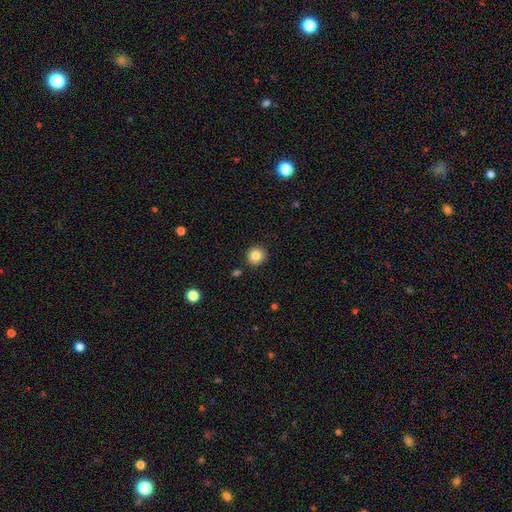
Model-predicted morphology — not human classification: smooth 84%, star or artifact 10%, featured or disk 6%. Down the decision tree: how rounded — round (91%); merging — none (89%).